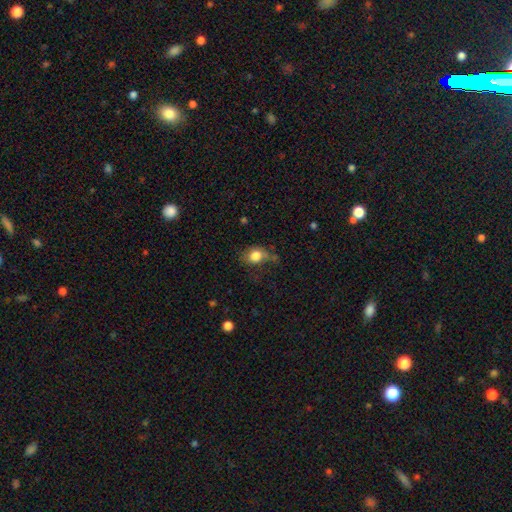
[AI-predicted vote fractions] The model was most divided on "how rounded": round: 52%, in between: 46%, cigar-shaped: 1%. More confident: smooth or featured — smooth (80%); merging — none (51%).